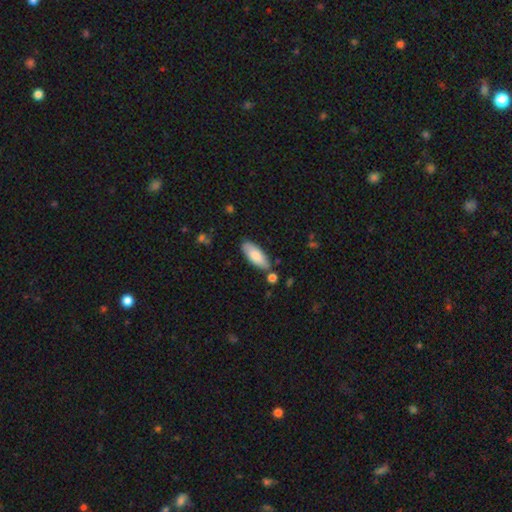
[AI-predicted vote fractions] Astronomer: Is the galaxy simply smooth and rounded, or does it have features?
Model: smooth — 80%.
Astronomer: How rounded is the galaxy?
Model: in between — 76%.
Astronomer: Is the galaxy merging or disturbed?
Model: none — 78%.